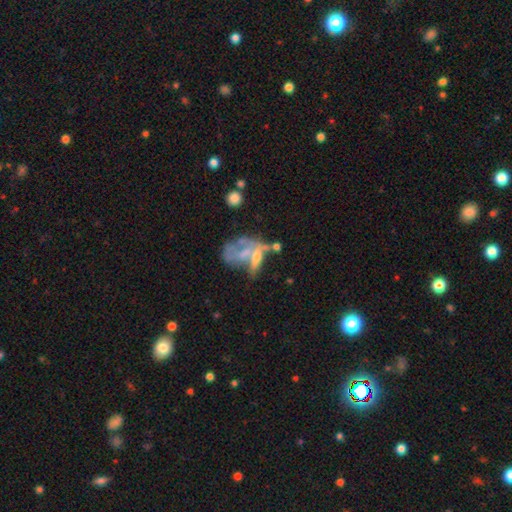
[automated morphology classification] Smooth or featured?
  - featured or disk: 56% *
  - smooth: 30%
  - star or artifact: 14%
Edge-on disk?
  - no: 92% *
  - yes: 8%
Bar?
  - no: 79% *
  - weak: 14%
  - strong: 7%
Spiral arms?
  - no: 85% *
  - yes: 15%
Bulge size?
  - none: 43% *
  - moderate: 26%
  - small: 24%
  - large: 5%
  - dominant: 2%
Merging?
  - merger: 35% *
  - major disturbance: 33%
  - none: 20%
  - minor disturbance: 13%